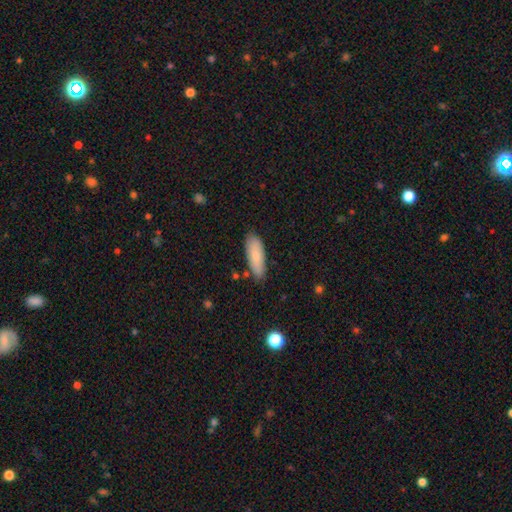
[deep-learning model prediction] Smooth or featured? Predicted: smooth (p=0.82). How rounded? Predicted: in between (p=0.64). Merging? Predicted: none (p=0.82).